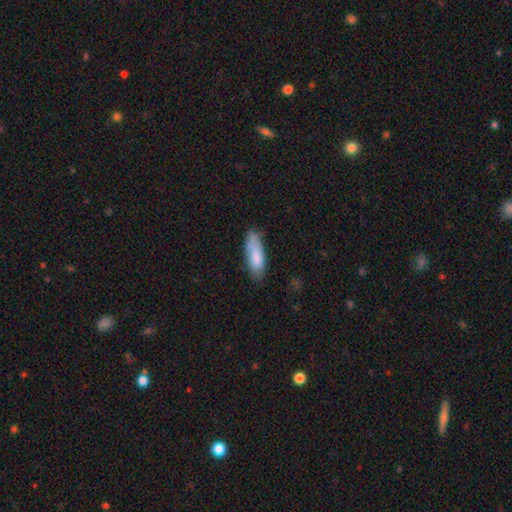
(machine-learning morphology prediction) The model was most divided on "how rounded": in between: 54%, cigar-shaped: 44%, round: 2%. More confident: smooth or featured — smooth (81%); merging — none (64%).